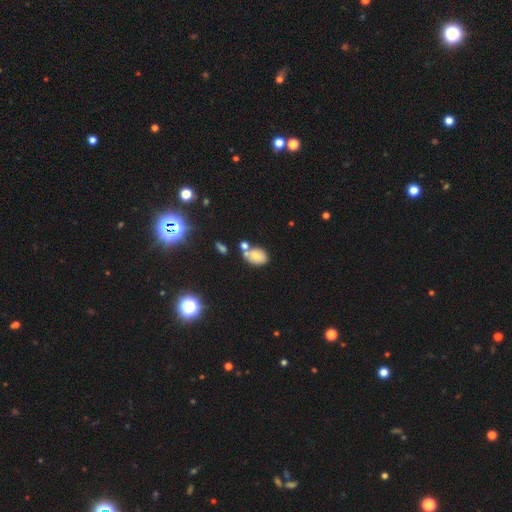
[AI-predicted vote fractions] Smooth or featured? Predicted: smooth (p=0.63). How rounded? Predicted: in between (p=0.79). Merging? Predicted: none (p=0.49).